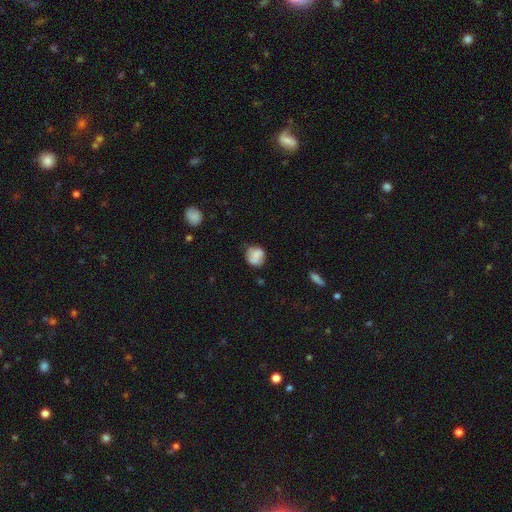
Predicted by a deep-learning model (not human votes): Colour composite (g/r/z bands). It shows a smooth galaxy with no disk features (68%) that is round (71%). Merging: none (54%).